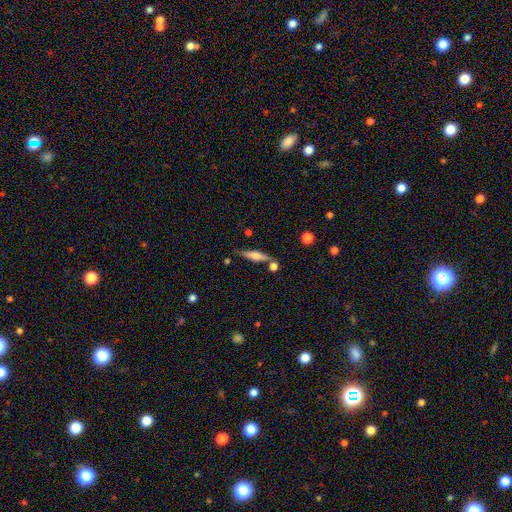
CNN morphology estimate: smooth-or-featured: featured or disk: 48% | smooth: 44% | star or artifact: 7%
  merging: none: 73% | minor disturbance: 13% | merger: 11% | major disturbance: 3%